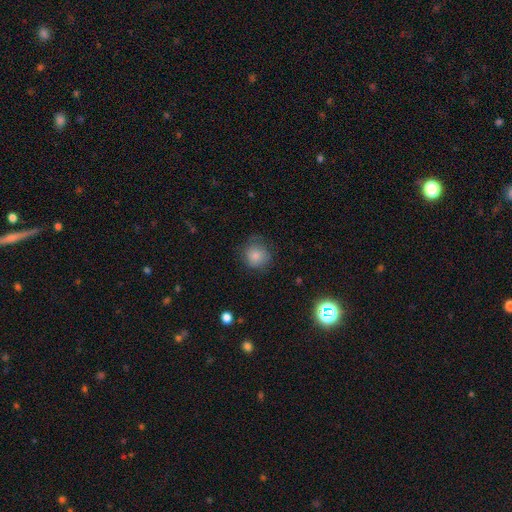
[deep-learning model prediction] smooth 83%, star or artifact 9%, featured or disk 8%. Down the decision tree: how rounded — round (89%); merging — none (72%).